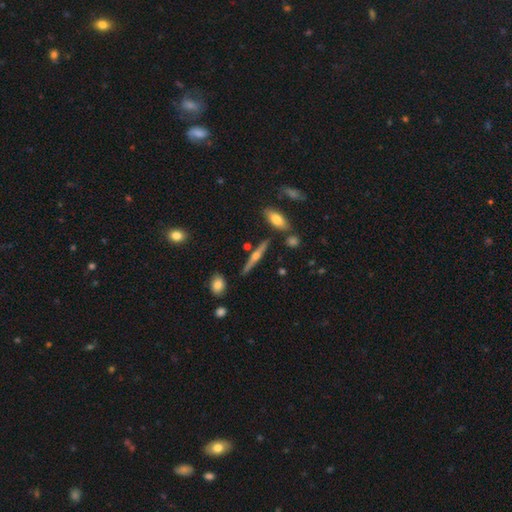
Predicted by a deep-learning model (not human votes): This is likely a featured or disk galaxy (72%). It is clearly viewed edge-on (97%). Edge-on bulge: clearly rounded (93%). Merging: clearly none (84%).